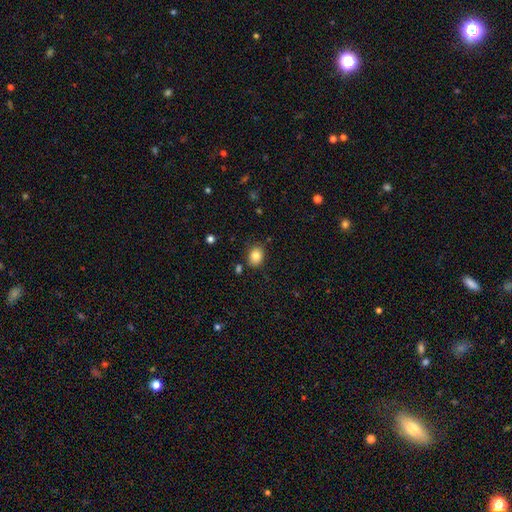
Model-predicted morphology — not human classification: smooth-or-featured: smooth: 83% | star or artifact: 9% | featured or disk: 7%
  how-rounded: in between: 59% | round: 40% | cigar-shaped: 1%
  merging: none: 81% | minor disturbance: 12% | merger: 4% | major disturbance: 3%